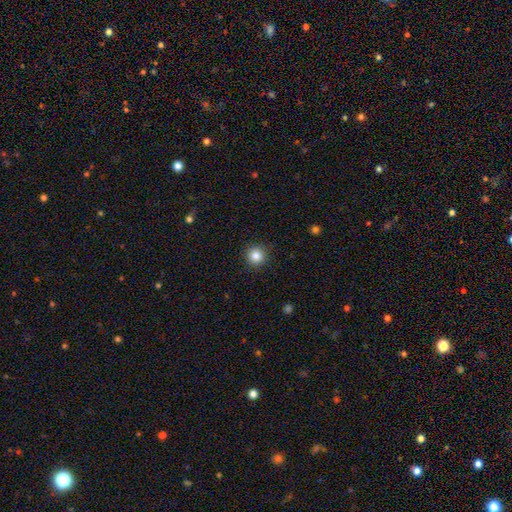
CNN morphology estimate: The model was most divided on "smooth or featured": smooth: 84%, star or artifact: 11%, featured or disk: 5%. More confident: how rounded — round (95%); merging — none (92%).